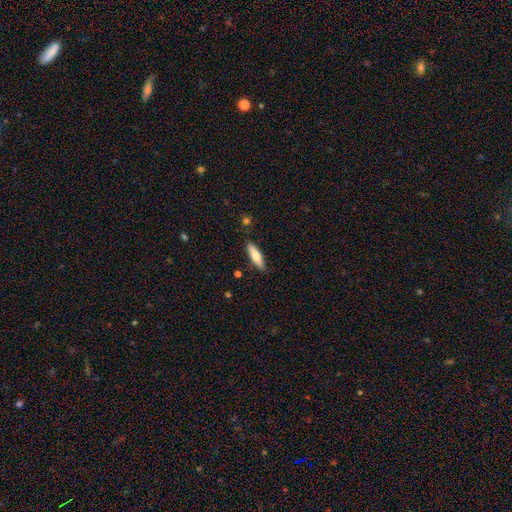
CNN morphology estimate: A smooth galaxy with no disk features (70%) that is cigar-shaped (65%). Merging: none (83%).